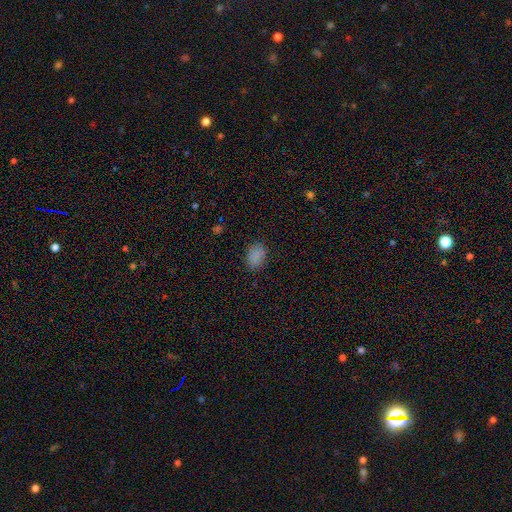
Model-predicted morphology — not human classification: type=smooth (84%); roundness=in between (77%); merging=none (82%).